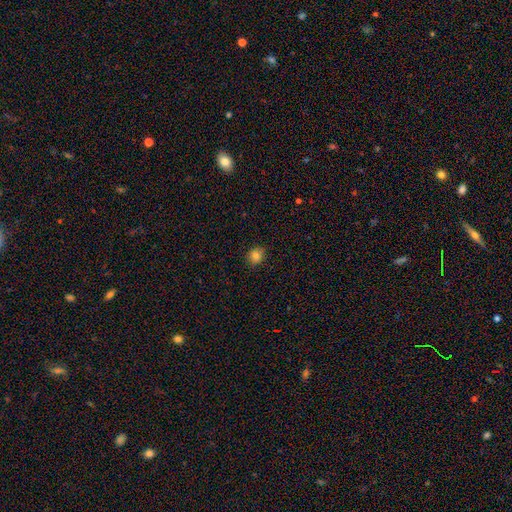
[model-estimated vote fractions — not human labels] smooth_or_featured: smooth (p=0.82) [alt: star or artifact p=0.11]
how_rounded: round (p=0.62) [alt: in between p=0.38]
merging: none (p=0.86) [alt: minor disturbance p=0.11]